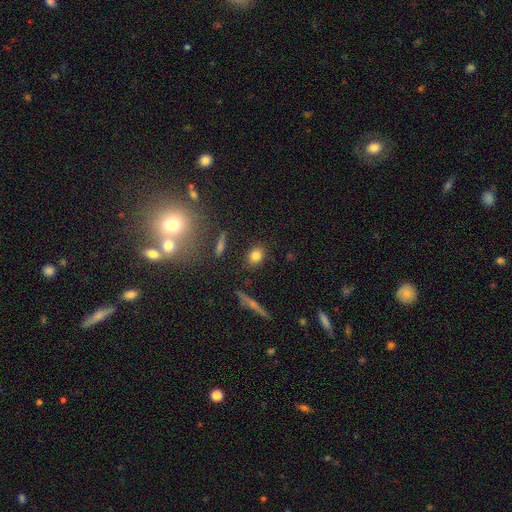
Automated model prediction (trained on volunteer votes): Q: Smooth or featured?
A: smooth (80%); runner-up: star or artifact (11%)
Q: How rounded?
A: in between (48%); tied with: round (48%)
Q: Merging?
A: none (85%); runner-up: minor disturbance (10%)